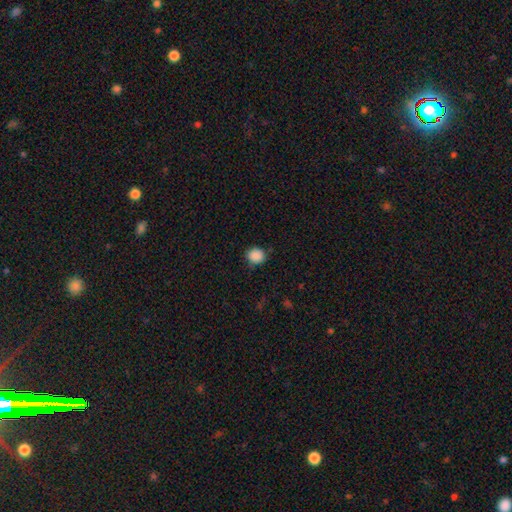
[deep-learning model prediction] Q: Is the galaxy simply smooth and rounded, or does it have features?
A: smooth — 88%.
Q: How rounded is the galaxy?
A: round — 81%.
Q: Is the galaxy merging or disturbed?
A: none — 84%.